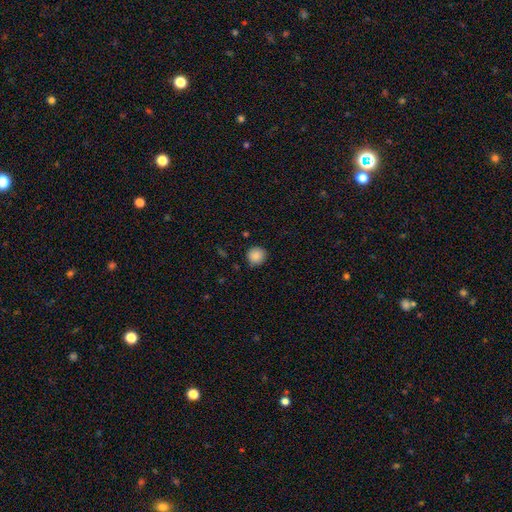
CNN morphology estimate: The model was most divided on "smooth or featured": smooth: 87%, star or artifact: 9%, featured or disk: 4%. More confident: how rounded — round (93%); merging — none (88%).